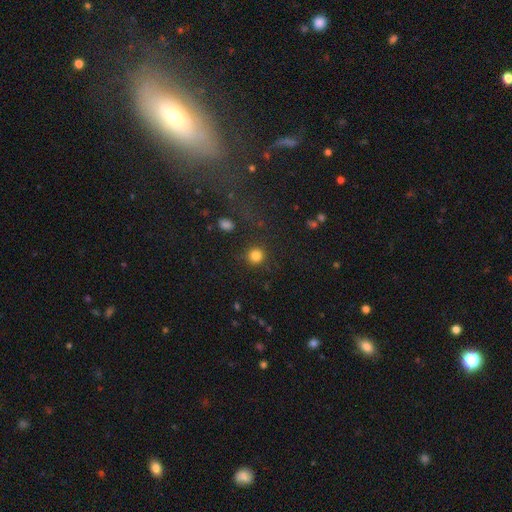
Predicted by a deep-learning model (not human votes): smooth 83%, star or artifact 12%, featured or disk 5%. Down the decision tree: how rounded — round (93%); merging — none (86%).